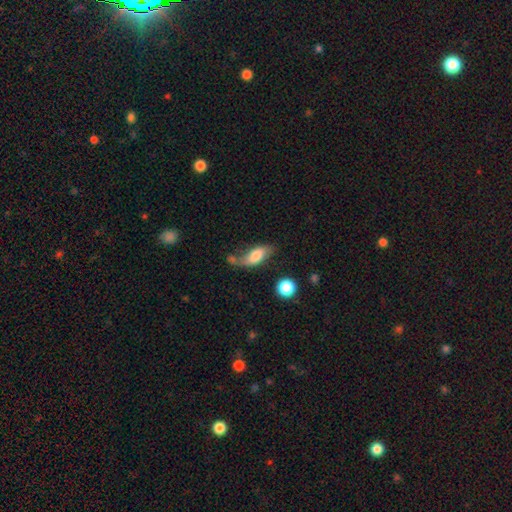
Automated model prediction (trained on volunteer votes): Smooth or featured? Predicted: smooth (p=0.62). How rounded? Predicted: in between (p=0.80). Merging? Predicted: none (p=0.41).